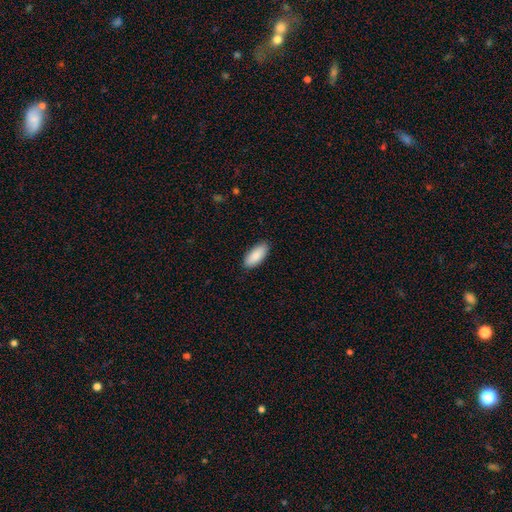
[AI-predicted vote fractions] This is clearly a smooth galaxy (90%). How rounded: clearly in between (86%). Merging: clearly none (89%).